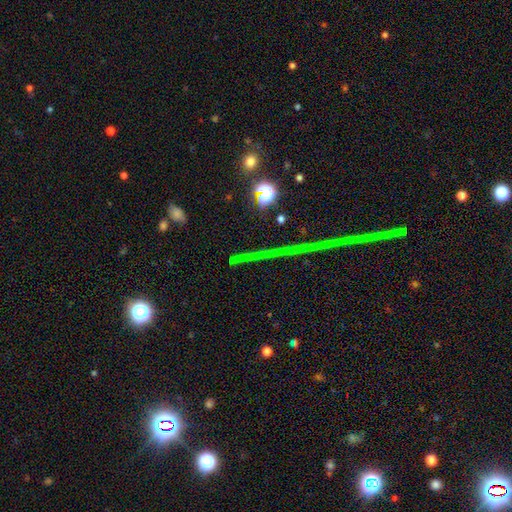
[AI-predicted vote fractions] Smooth or featured? Predicted: star or artifact (p=0.73).